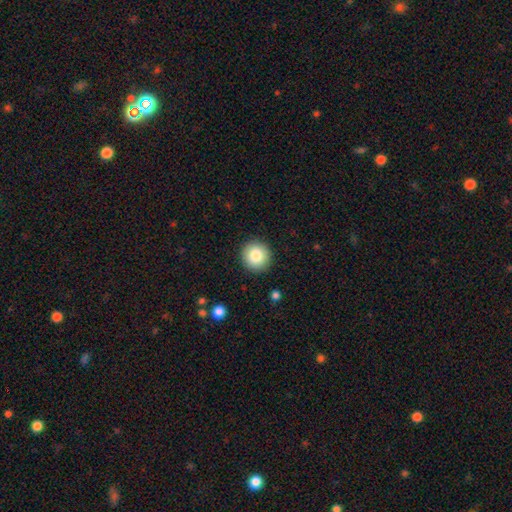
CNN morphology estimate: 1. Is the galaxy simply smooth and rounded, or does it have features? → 84% smooth, 9% star or artifact, 7% featured or disk.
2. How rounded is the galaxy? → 94% round, 5% in between, 1% cigar-shaped.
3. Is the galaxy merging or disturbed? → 91% none, 6% minor disturbance, 2% major disturbance, 1% merger.